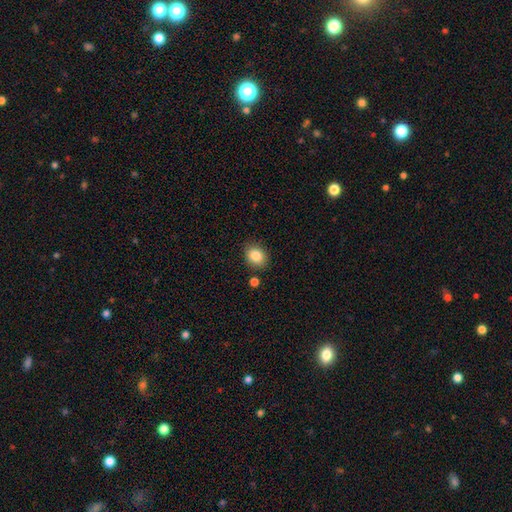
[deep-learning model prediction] Smooth or featured? Predicted: smooth (p=0.85). How rounded? Predicted: round (p=0.52). Merging? Predicted: none (p=0.84).